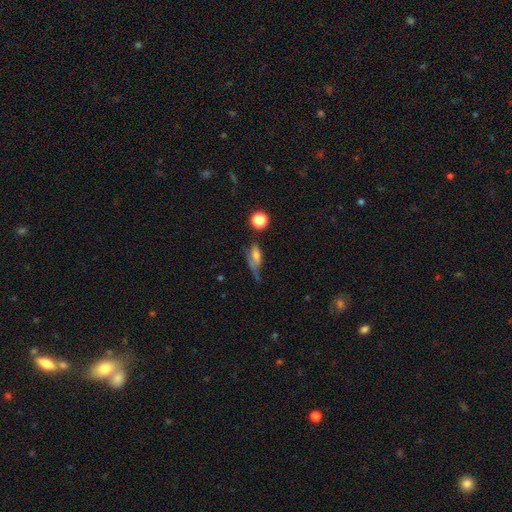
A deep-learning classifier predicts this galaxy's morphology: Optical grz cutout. It shows a smooth galaxy with no disk features (56%) that is in between round and cigar-shaped (70%). Merging: none (34%).